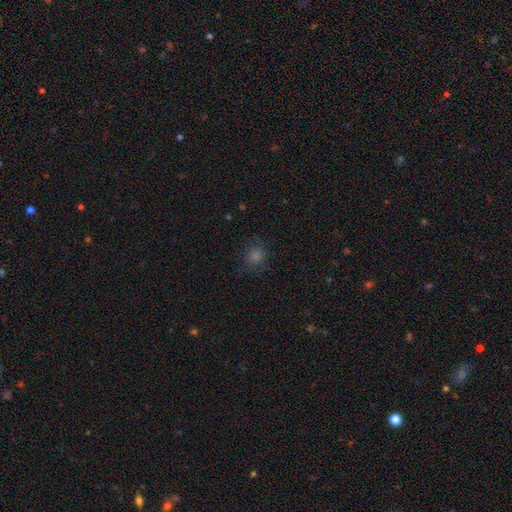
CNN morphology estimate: Q: Smooth or featured?
A: smooth (63%); runner-up: star or artifact (29%)
Q: How rounded?
A: round (89%); runner-up: in between (10%)
Q: Merging?
A: none (84%); runner-up: minor disturbance (11%)